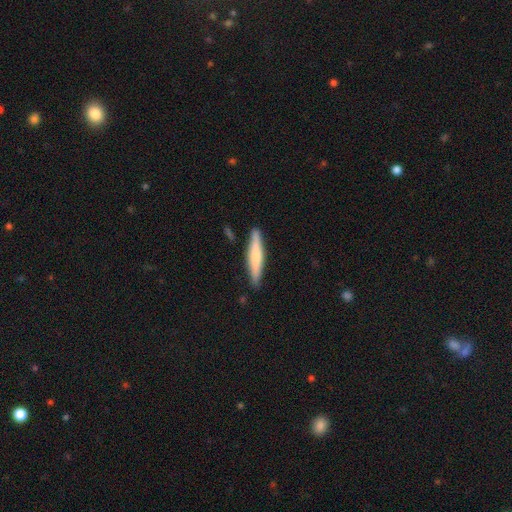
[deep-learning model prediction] A smooth galaxy with no disk features (62%) that is cigar-shaped (91%). Merging: none (87%).